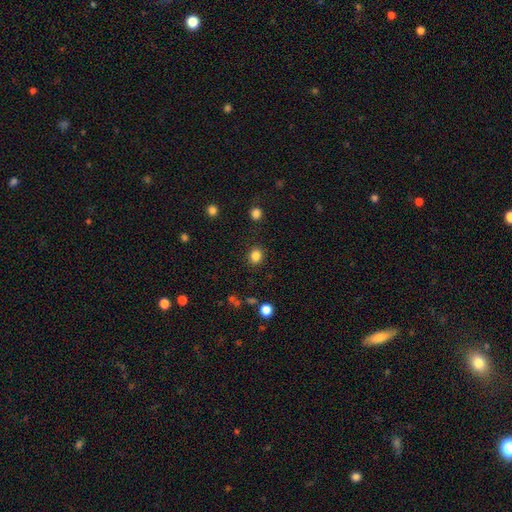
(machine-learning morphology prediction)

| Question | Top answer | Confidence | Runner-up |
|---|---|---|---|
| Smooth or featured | smooth | 84% | star or artifact (12%) |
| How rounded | round | 73% | in between (26%) |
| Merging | none | 88% | minor disturbance (7%) |